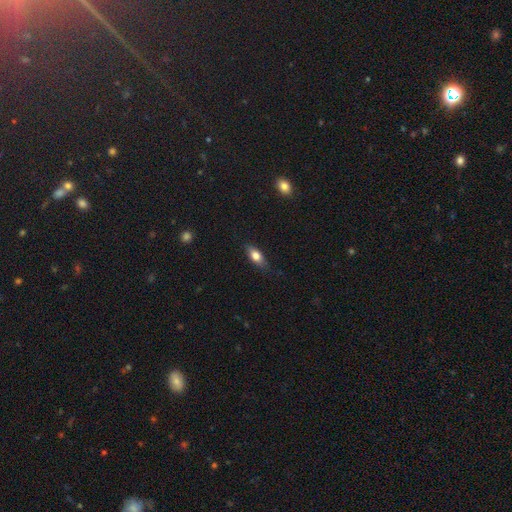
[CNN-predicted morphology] This appears to be a smooth galaxy with no disk features (75%) that is in between round and cigar-shaped (77%). Merging: none (77%).